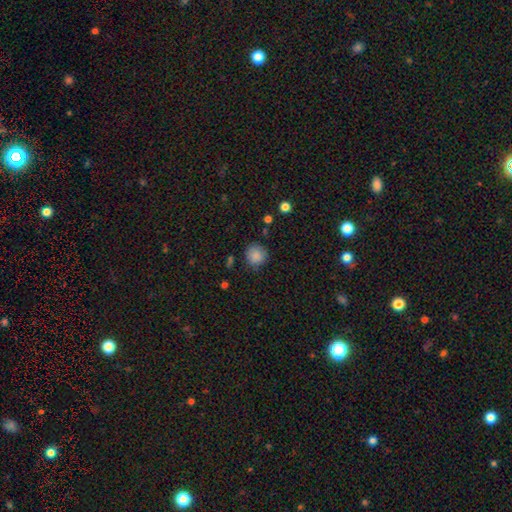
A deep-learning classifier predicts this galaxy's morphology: This is clearly a smooth galaxy (86%). How rounded: clearly round (90%). Merging: clearly none (80%).